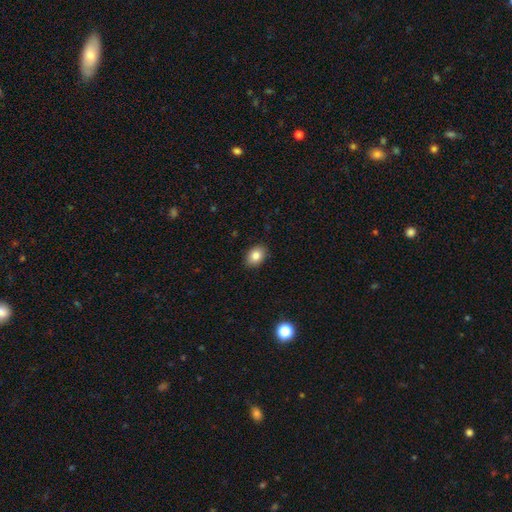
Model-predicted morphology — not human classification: Smooth or featured: smooth — 83% (star or artifact — 9%)
How rounded: in between — 68% (round — 31%)
Merging: none — 88% (minor disturbance — 9%)